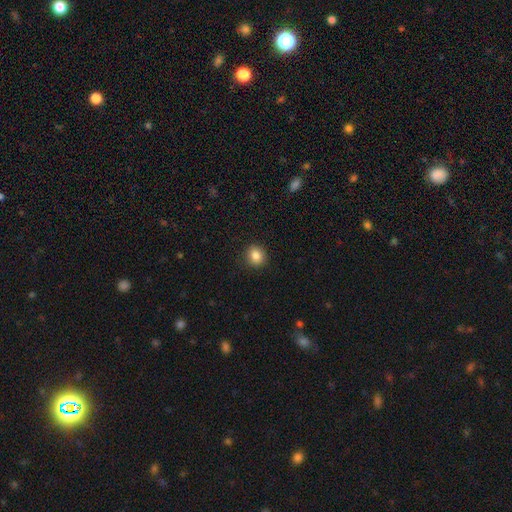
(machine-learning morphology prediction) Q: Smooth or featured?
A: smooth (86%); runner-up: star or artifact (10%)
Q: How rounded?
A: round (73%); runner-up: in between (26%)
Q: Merging?
A: none (90%); runner-up: minor disturbance (7%)